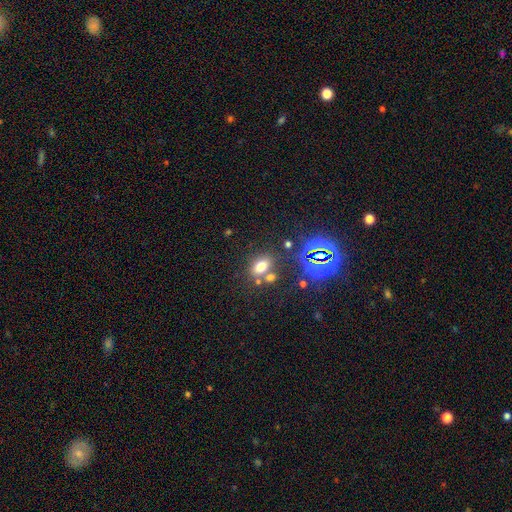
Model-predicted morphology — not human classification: Smooth or featured?
  - star or artifact: 69% *
  - smooth: 22%
  - featured or disk: 9%